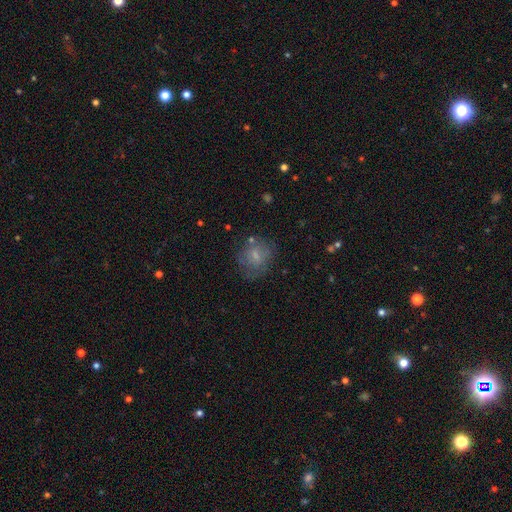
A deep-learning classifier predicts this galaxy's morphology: Overall: smooth (62%; featured or disk 28%). How rounded: round (67%; in between 32%). Merging: none (60%; minor disturbance 22%).